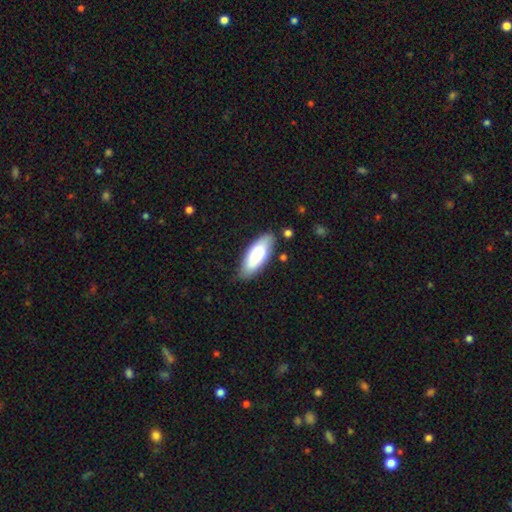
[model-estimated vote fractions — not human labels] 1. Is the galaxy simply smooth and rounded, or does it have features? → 80% smooth, 15% featured or disk, 6% star or artifact.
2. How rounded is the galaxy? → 76% in between, 23% cigar-shaped, 2% round.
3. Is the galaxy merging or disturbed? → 77% none, 17% minor disturbance, 4% major disturbance, 3% merger.